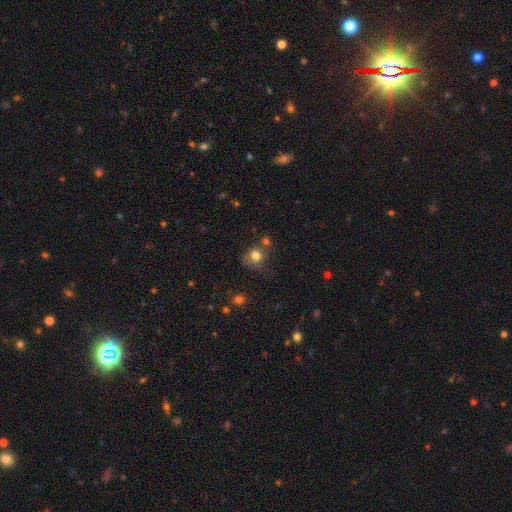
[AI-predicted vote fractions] smooth-or-featured: smooth: 78% | star or artifact: 13% | featured or disk: 10%
  how-rounded: round: 74% | in between: 25% | cigar-shaped: 1%
  merging: none: 51% | minor disturbance: 21% | merger: 18% | major disturbance: 10%